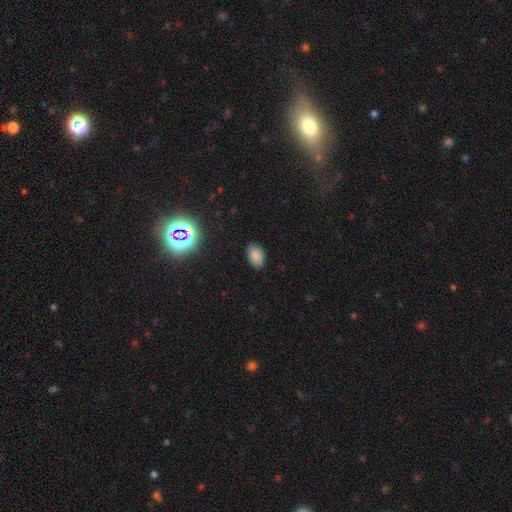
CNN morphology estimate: smooth-or-featured: smooth: 81% | star or artifact: 13% | featured or disk: 6%
  how-rounded: in between: 91% | round: 8% | cigar-shaped: 1%
  merging: none: 85% | minor disturbance: 11% | major disturbance: 3% | merger: 1%